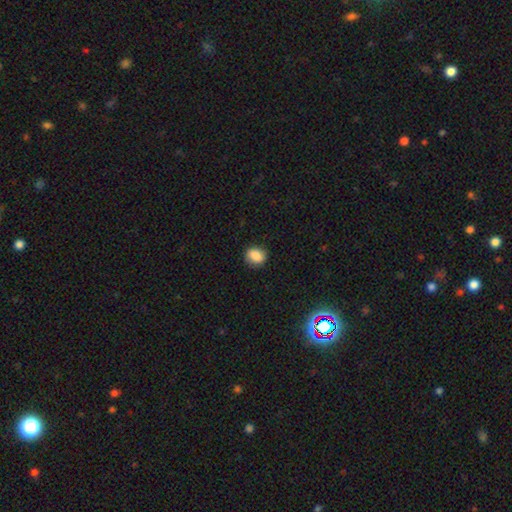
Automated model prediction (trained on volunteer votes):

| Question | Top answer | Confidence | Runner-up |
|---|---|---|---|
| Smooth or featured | smooth | 86% | star or artifact (9%) |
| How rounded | round | 55% | in between (43%) |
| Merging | none | 84% | minor disturbance (12%) |